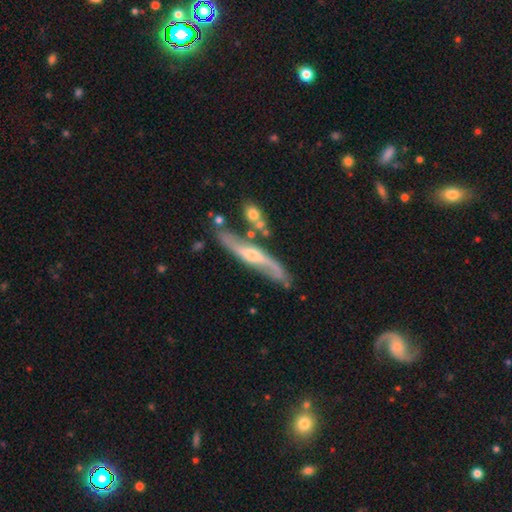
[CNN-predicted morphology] This is likely a featured or disk galaxy (80%). It is likely not viewed edge-on (61%). Merging: likely none (70%).